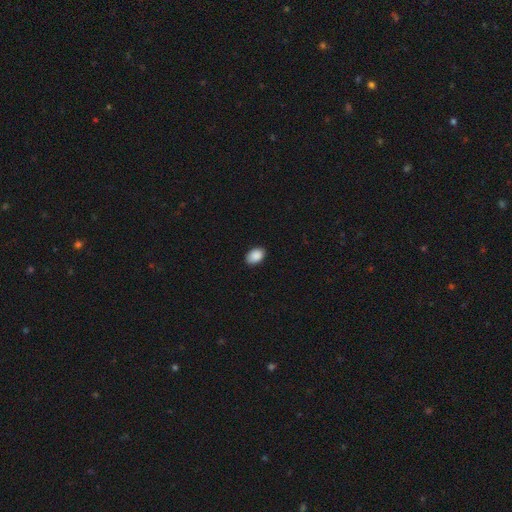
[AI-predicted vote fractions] A smooth galaxy with no disk features (90%) that is in between round and cigar-shaped (85%). Merging: none (87%).